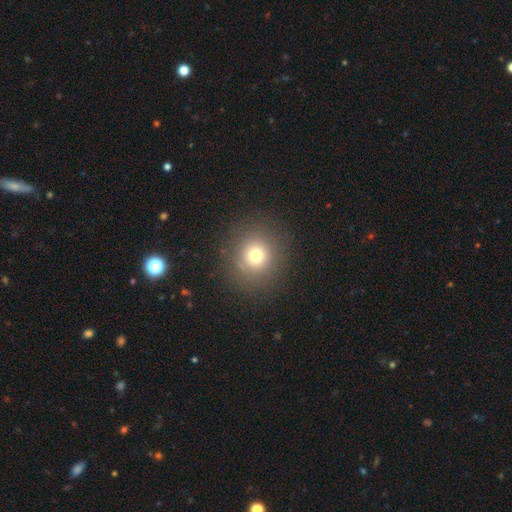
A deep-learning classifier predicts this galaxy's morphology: A smooth galaxy with no disk features (73%) that is round (90%). Merging: none (87%).